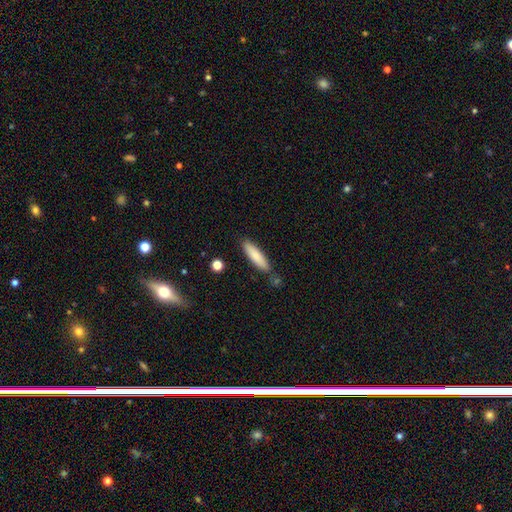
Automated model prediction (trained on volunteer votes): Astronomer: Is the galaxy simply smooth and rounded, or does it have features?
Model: smooth — 81%.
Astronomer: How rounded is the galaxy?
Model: cigar-shaped — 69%.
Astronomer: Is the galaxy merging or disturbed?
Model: none — 82%.